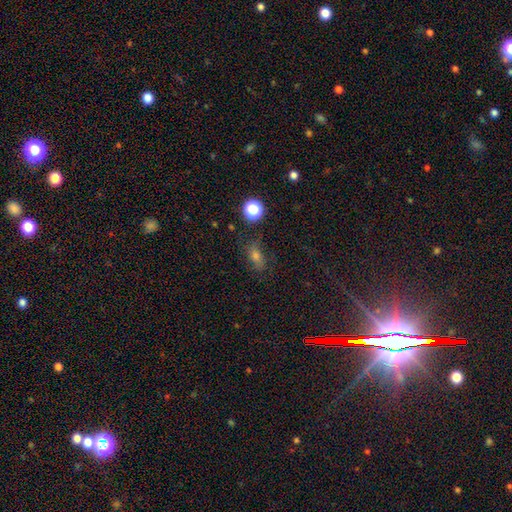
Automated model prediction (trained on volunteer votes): This appears to be a smooth galaxy with no disk features (49%). Merging: none (70%).